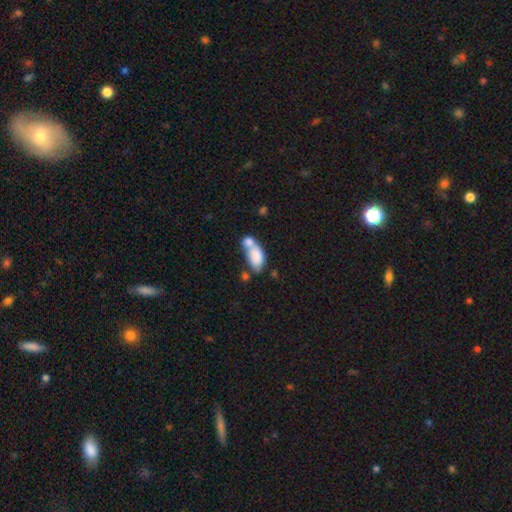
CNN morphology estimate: The model was most divided on "merging": merger: 59%, none: 23%, minor disturbance: 11%, major disturbance: 7%. More confident: how rounded — in between (89%); smooth or featured — smooth (77%).